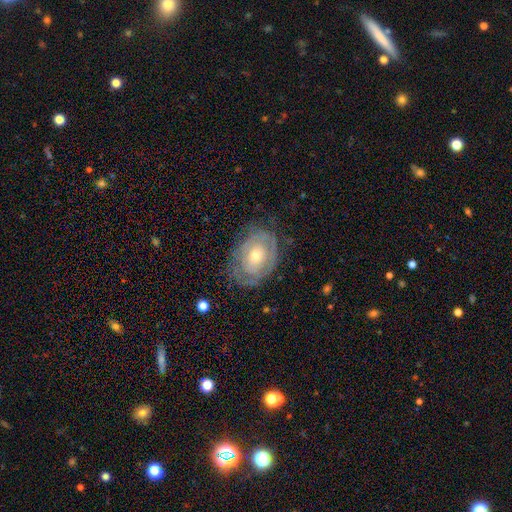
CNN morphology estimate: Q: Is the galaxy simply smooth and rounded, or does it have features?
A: featured or disk — 64%.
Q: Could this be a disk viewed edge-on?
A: no — 95%.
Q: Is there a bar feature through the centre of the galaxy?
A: no — 81%.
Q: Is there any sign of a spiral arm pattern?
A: yes — 59%.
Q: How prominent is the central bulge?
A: moderate — 51%.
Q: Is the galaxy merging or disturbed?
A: none — 67%.